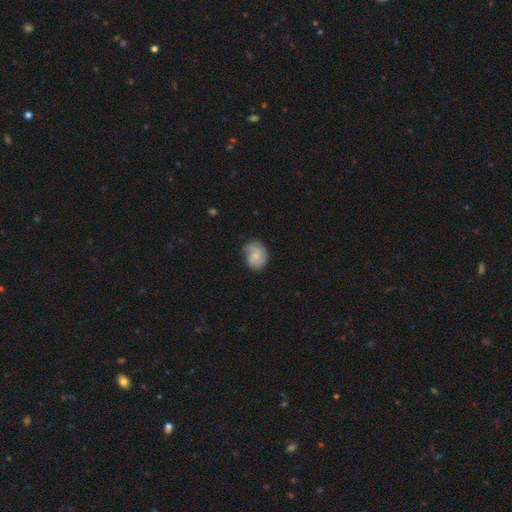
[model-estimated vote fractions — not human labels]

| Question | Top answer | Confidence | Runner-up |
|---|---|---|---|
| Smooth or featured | smooth | 52% | featured or disk (41%) |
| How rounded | in between | 57% | round (42%) |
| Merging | none | 51% | minor disturbance (33%) |